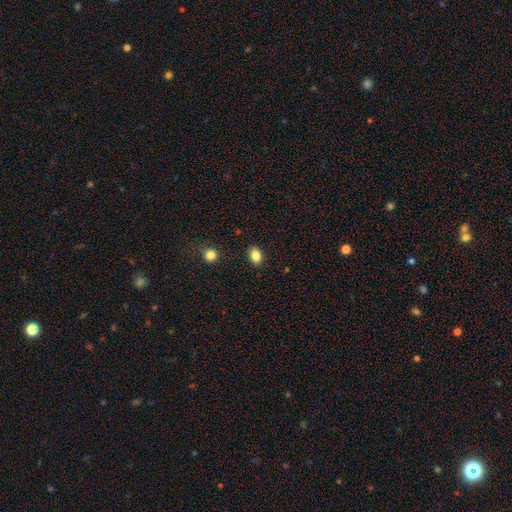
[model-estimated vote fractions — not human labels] Smooth or featured: smooth — 85% (star or artifact — 10%)
How rounded: in between — 72% (round — 27%)
Merging: none — 88% (minor disturbance — 9%)